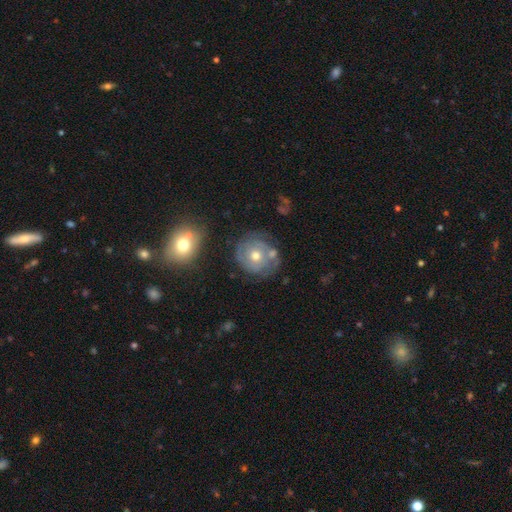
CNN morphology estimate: This appears to be a featured or disk galaxy (63%) with no bar (85%), spiral arms (73%) and a moderate central bulge (70%). Merging: none (63%).